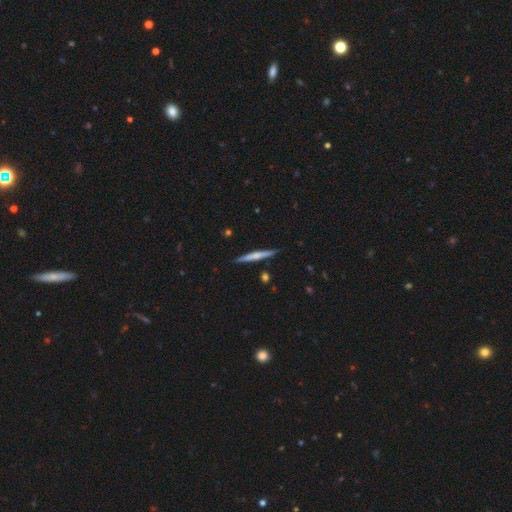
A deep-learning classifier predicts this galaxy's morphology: Q: Smooth or featured?
A: smooth (48%); runner-up: featured or disk (47%)
Q: Merging?
A: none (89%); runner-up: minor disturbance (8%)